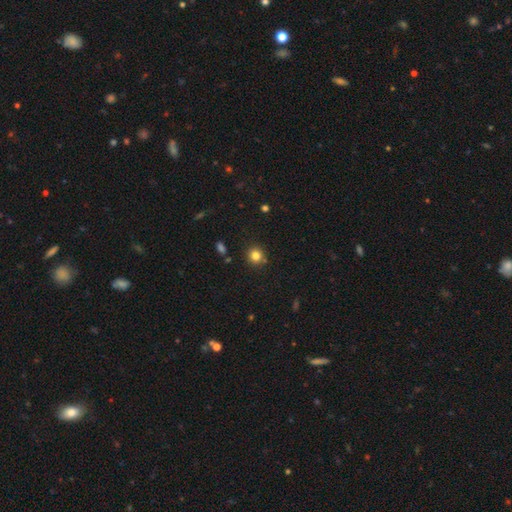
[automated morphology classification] smooth_or_featured: smooth (p=0.81) [alt: star or artifact p=0.13]
how_rounded: round (p=0.91) [alt: in between p=0.08]
merging: none (p=0.85) [alt: minor disturbance p=0.08]